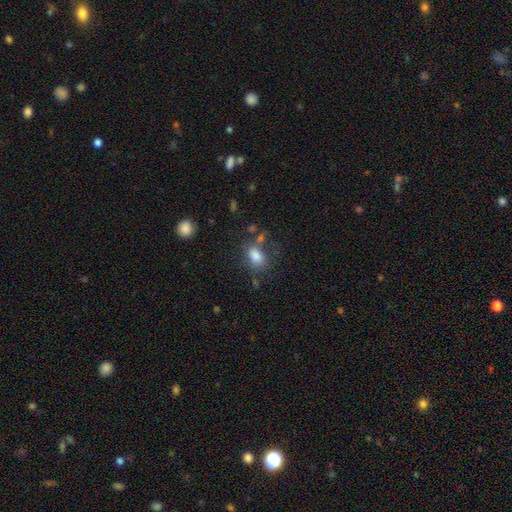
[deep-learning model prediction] Q: Smooth or featured?
A: smooth (81%); runner-up: star or artifact (10%)
Q: How rounded?
A: in between (80%); runner-up: round (18%)
Q: Merging?
A: none (60%); runner-up: minor disturbance (19%)